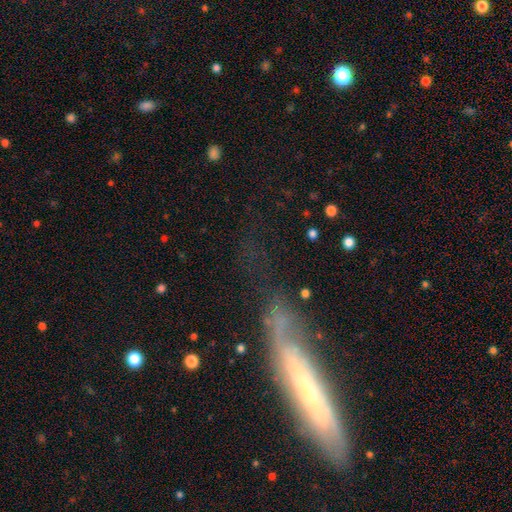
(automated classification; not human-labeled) This is possibly a featured or disk galaxy (59%). It is possibly viewed edge-on (56%). Merging: possibly none (55%).